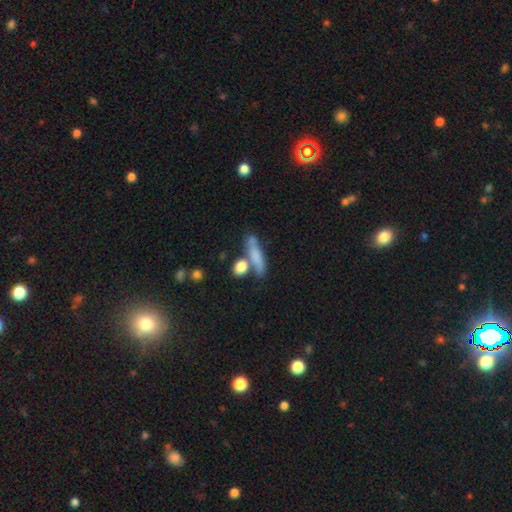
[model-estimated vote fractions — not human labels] This appears to be a smooth galaxy with no disk features (68%) that is cigar-shaped (69%). Merging: none (57%).